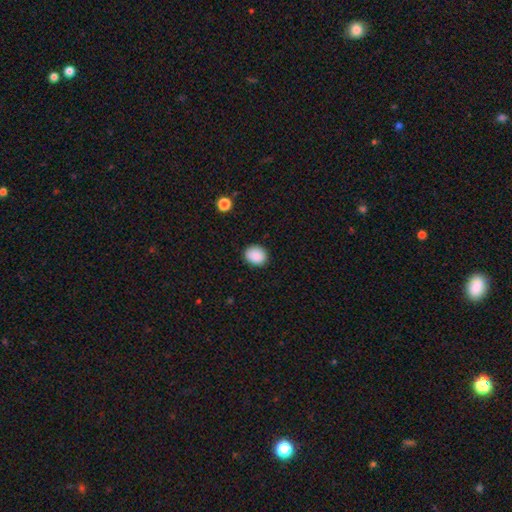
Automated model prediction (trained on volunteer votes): Smooth or featured? smooth (89%)
How rounded? round (63%)
Merging? none (87%)